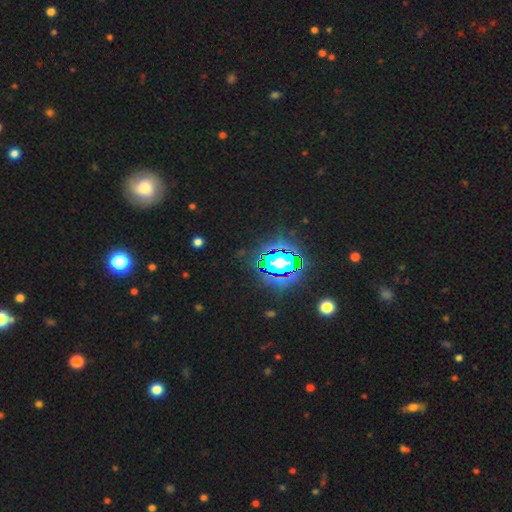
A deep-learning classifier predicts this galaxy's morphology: This appears to be a star or artifact, not a galaxy (82%).